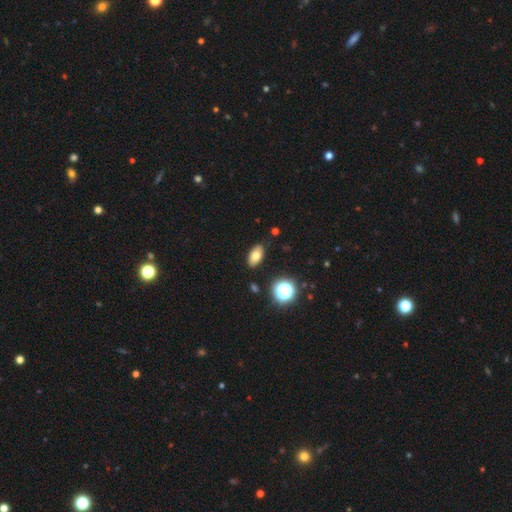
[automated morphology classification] The model was most divided on "smooth or featured": smooth: 77%, star or artifact: 12%, featured or disk: 11%. More confident: how rounded — in between (89%); merging — none (87%).